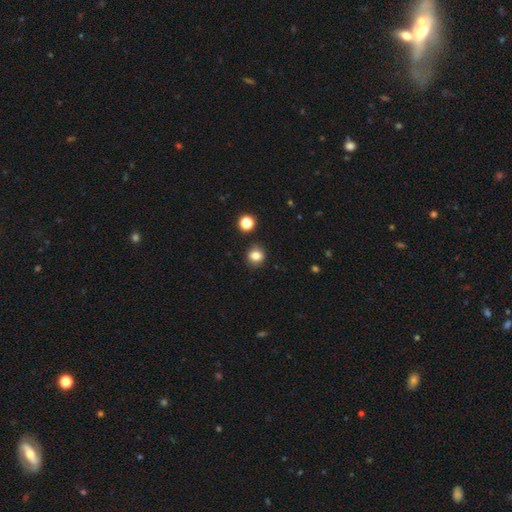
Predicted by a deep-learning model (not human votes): smooth-or-featured: smooth: 81% | star or artifact: 12% | featured or disk: 6%
  how-rounded: round: 77% | in between: 22% | cigar-shaped: 1%
  merging: none: 85% | minor disturbance: 10% | merger: 3% | major disturbance: 3%